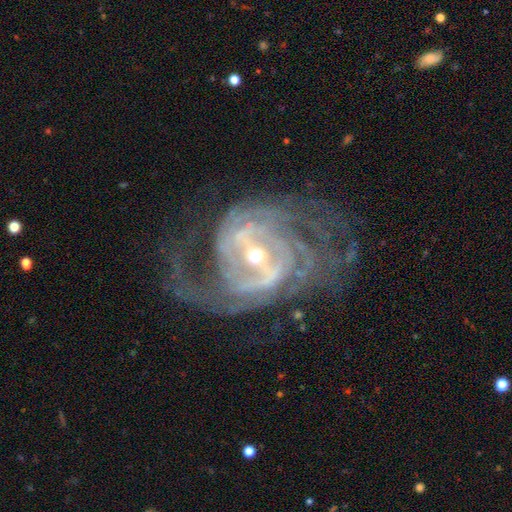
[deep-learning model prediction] A featured or disk galaxy (91%) with a strong bar (49%), 2 (35%) tight (42%, tied with medium) spiral arms (97%) and a small central bulge (59%). Merging: none (58%).